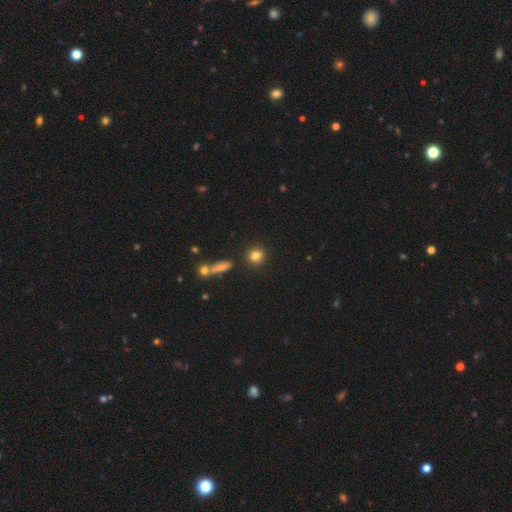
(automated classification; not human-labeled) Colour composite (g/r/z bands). It shows a smooth galaxy with no disk features (80%) that is round (89%). Merging: none (87%).